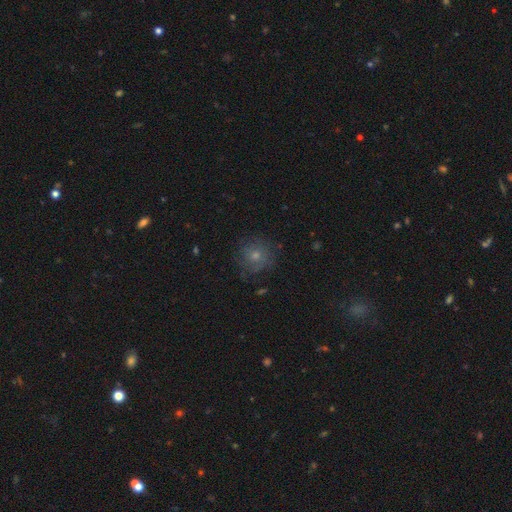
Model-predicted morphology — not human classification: Smooth or featured? smooth (66%)
How rounded? round (89%)
Merging? none (74%)